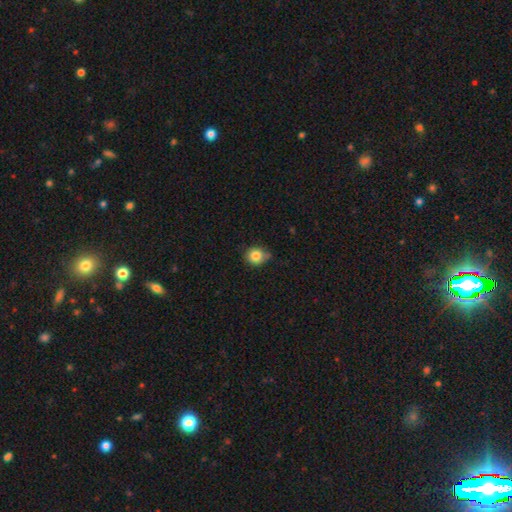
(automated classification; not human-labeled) smooth_or_featured: smooth (p=0.83) [alt: star or artifact p=0.10]
how_rounded: round (p=0.82) [alt: in between p=0.17]
merging: none (p=0.62) [alt: minor disturbance p=0.30]